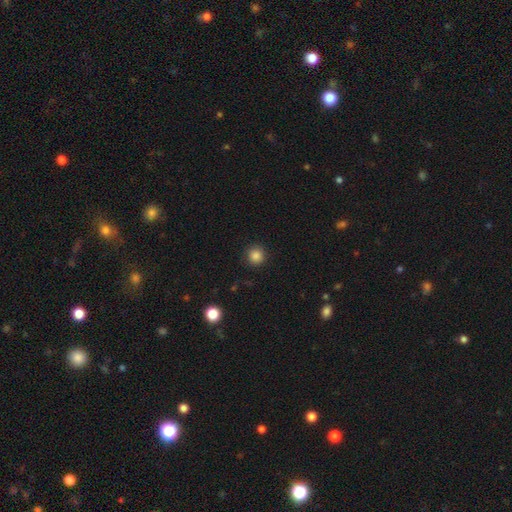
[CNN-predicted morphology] This appears to be a smooth galaxy with no disk features (85%) that is round (95%). Merging: none (91%).